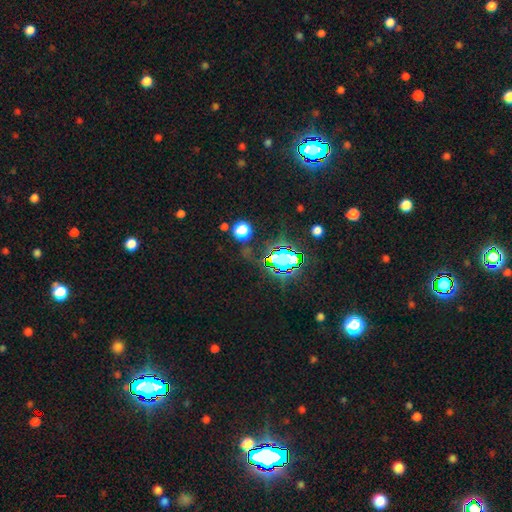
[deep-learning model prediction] Morphology: type=star or artifact (80%).